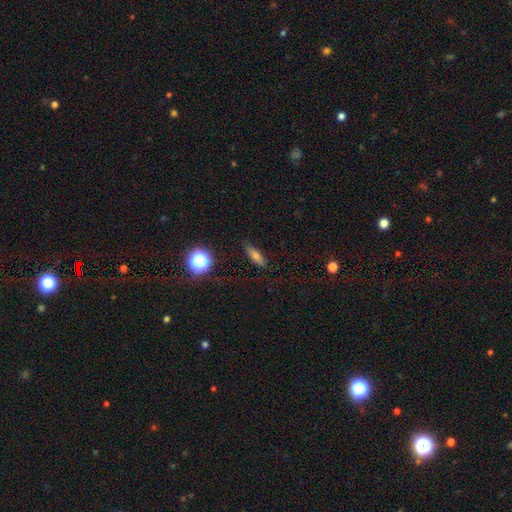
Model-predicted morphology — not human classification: Smooth or featured? smooth (68%)
How rounded? cigar-shaped (56%)
Merging? none (83%)